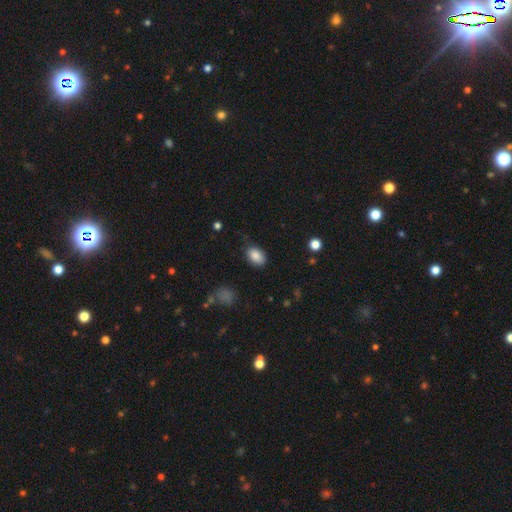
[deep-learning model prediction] Q: Smooth or featured?
A: smooth (87%); runner-up: star or artifact (8%)
Q: How rounded?
A: in between (85%); runner-up: round (14%)
Q: Merging?
A: none (79%); runner-up: minor disturbance (16%)